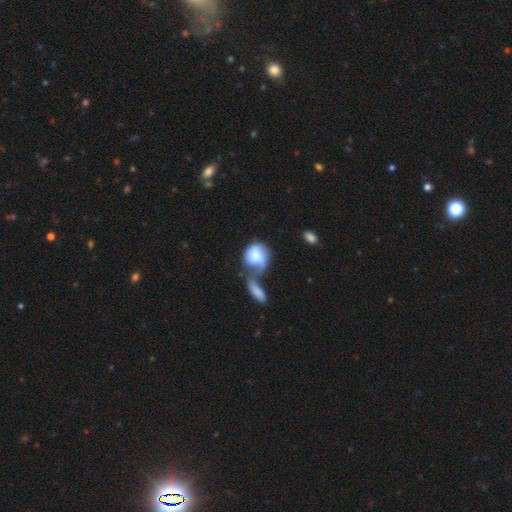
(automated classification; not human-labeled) Smooth or featured: smooth — 60% (featured or disk — 34%)
How rounded: round — 54% (in between — 44%)
Merging: merger — 57% (major disturbance — 19%)